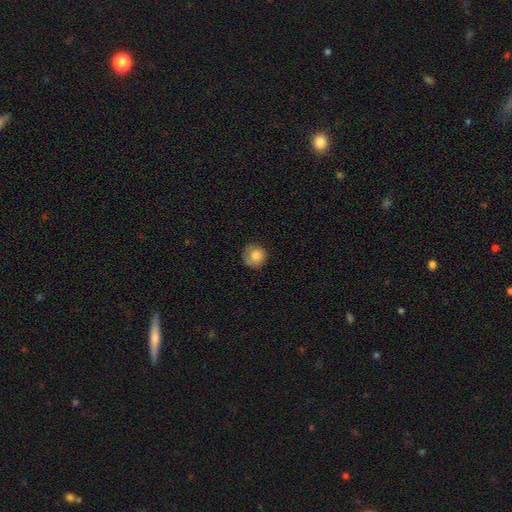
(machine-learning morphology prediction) smooth_or_featured: smooth (p=0.78) [alt: featured or disk p=0.13]
how_rounded: round (p=0.91) [alt: in between p=0.08]
merging: none (p=0.76) [alt: minor disturbance p=0.18]